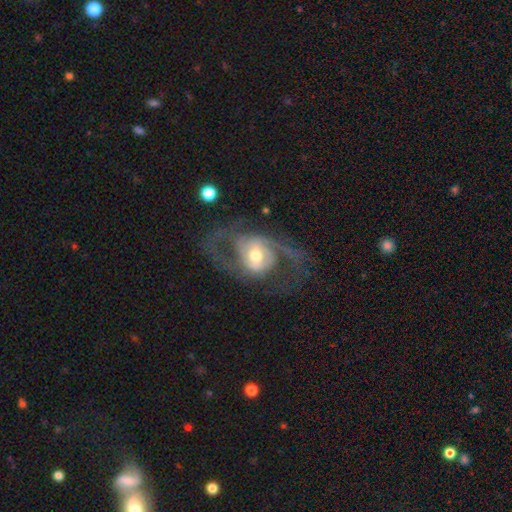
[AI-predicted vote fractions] Smooth or featured? Predicted: featured or disk (p=0.81). Edge-on disk? Predicted: no (p=0.96). Bar? Predicted: no (p=0.41). Spiral arms? Predicted: yes (p=0.87). Spiral winding? Predicted: medium (p=0.49). Spiral arm count? Predicted: 2 (p=0.75). Bulge size? Predicted: moderate (p=0.68). Merging? Predicted: none (p=0.53).